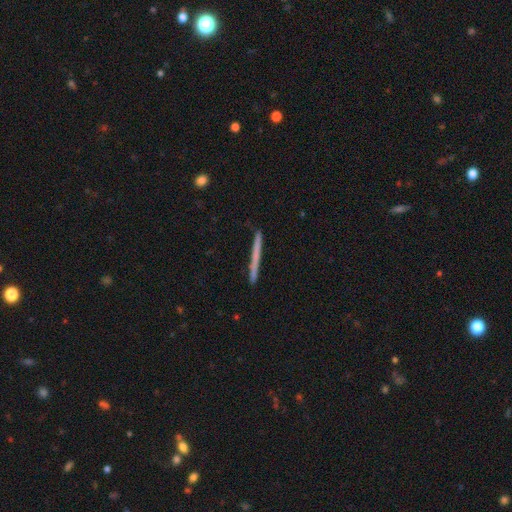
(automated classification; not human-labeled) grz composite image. It shows a smooth galaxy with no disk features (53%) that is cigar-shaped (97%). Merging: none (91%).